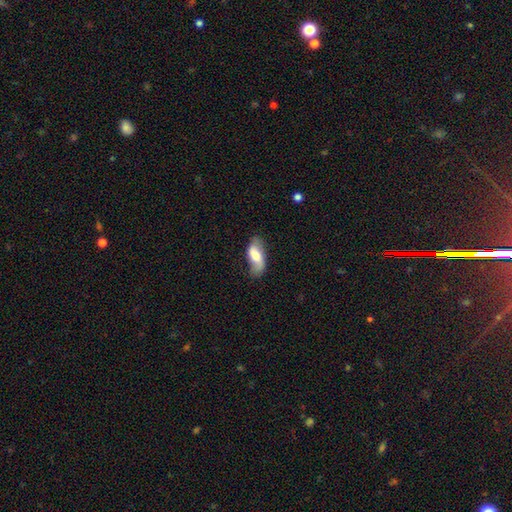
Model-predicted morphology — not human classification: Overall: smooth (50%; featured or disk 43%). How rounded: in between (86%). Merging: none (64%; minor disturbance 25%).